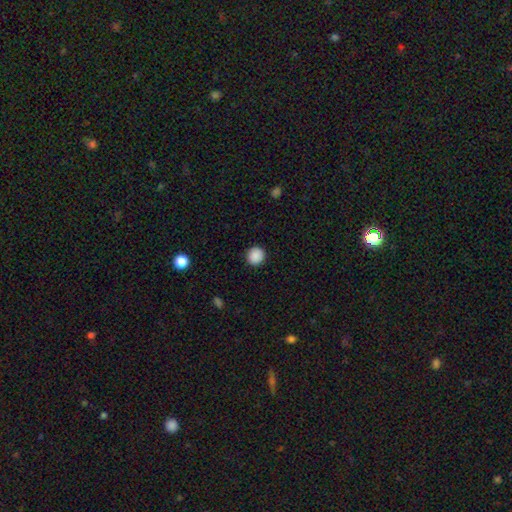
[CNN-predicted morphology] smooth_or_featured: smooth (p=0.89) [alt: star or artifact p=0.09]
how_rounded: round (p=0.93) [alt: in between p=0.06]
merging: none (p=0.92) [alt: minor disturbance p=0.05]